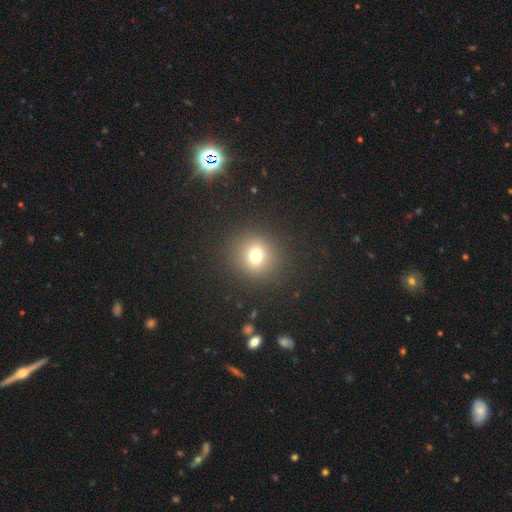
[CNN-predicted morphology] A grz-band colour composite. It shows a smooth galaxy with no disk features (73%) that is round (89%). Merging: none (90%).